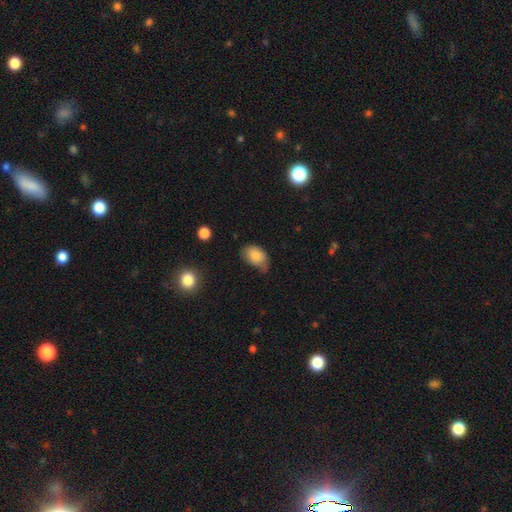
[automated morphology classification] Smooth or featured?
  - smooth: 82% *
  - featured or disk: 9%
  - star or artifact: 8%
How rounded?
  - in between: 87% *
  - round: 12%
  - cigar-shaped: 1%
Merging?
  - none: 44% *
  - minor disturbance: 42%
  - major disturbance: 12%
  - merger: 3%